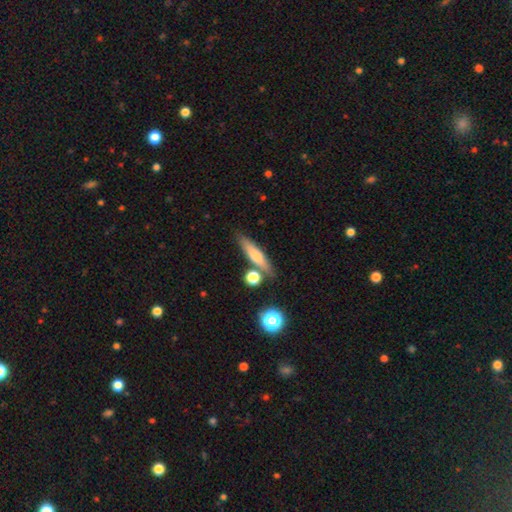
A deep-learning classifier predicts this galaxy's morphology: The model was most divided on "smooth or featured": smooth: 64%, featured or disk: 28%, star or artifact: 8%. More confident: how rounded — cigar-shaped (77%); merging — none (76%).